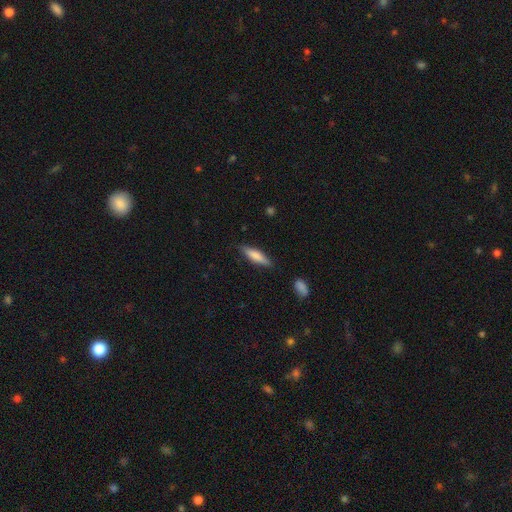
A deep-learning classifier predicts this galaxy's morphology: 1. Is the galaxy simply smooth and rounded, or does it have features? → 74% smooth, 20% featured or disk, 6% star or artifact.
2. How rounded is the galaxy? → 71% cigar-shaped, 28% in between, 2% round.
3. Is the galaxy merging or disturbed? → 84% none, 12% minor disturbance, 2% major disturbance, 2% merger.